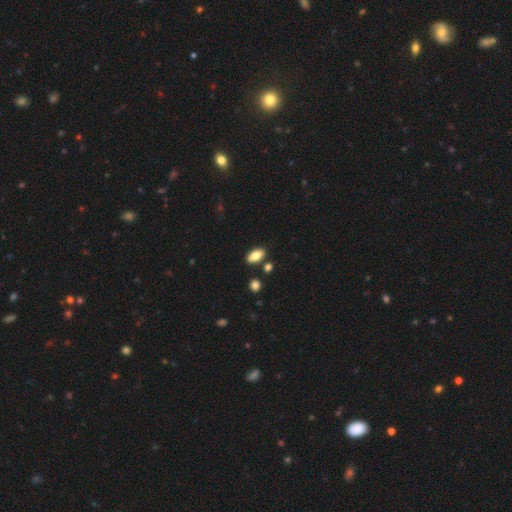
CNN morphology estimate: type=smooth (80%); roundness=in between (89%); merging=none (83%).